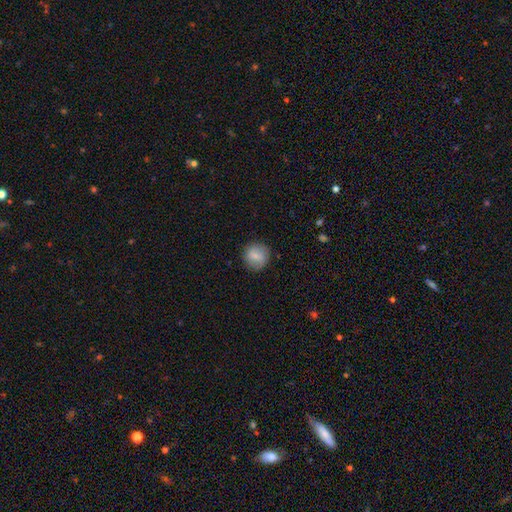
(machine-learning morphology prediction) The model was most divided on "smooth or featured": smooth: 79%, featured or disk: 13%, star or artifact: 8%. More confident: how rounded — round (90%); merging — none (85%).